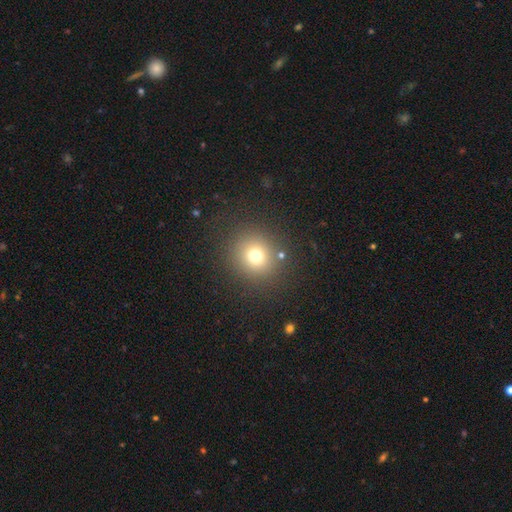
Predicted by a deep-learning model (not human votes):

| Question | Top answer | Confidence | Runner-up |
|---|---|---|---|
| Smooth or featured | smooth | 72% | star or artifact (18%) |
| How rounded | round | 89% | in between (10%) |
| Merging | none | 85% | minor disturbance (7%) |